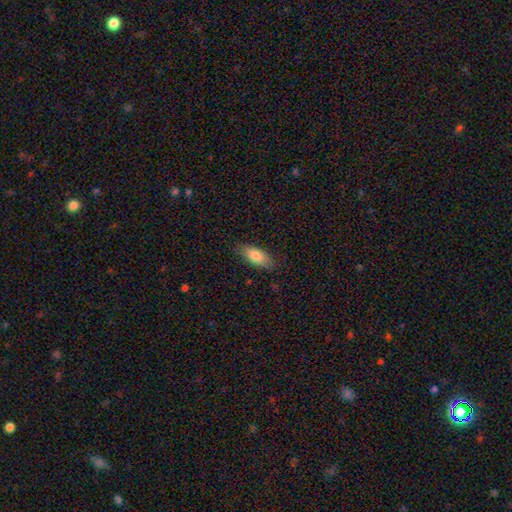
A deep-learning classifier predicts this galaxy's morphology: Overall: smooth (81%). How rounded: in between (84%). Merging: none (83%).